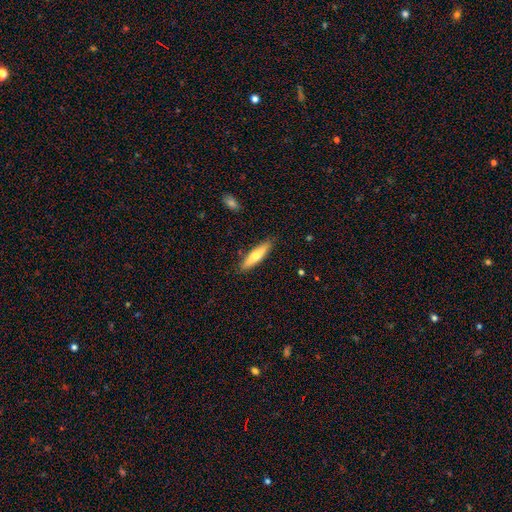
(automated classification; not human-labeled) Morphology: type=smooth (61%); roundness=cigar-shaped (80%); merging=none (88%).